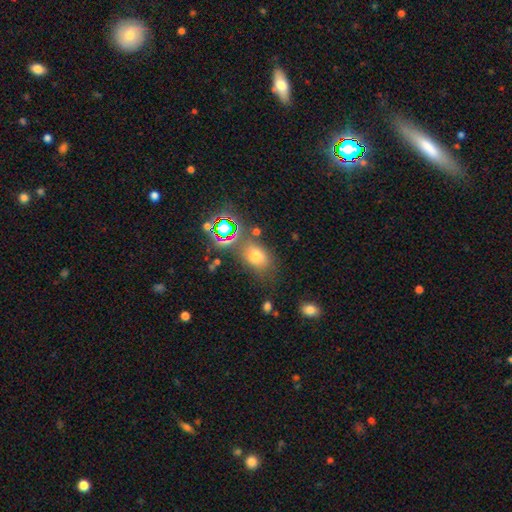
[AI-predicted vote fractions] smooth_or_featured: smooth (p=0.67) [alt: star or artifact p=0.21]
how_rounded: in between (p=0.73) [alt: round p=0.25]
merging: none (p=0.64) [alt: minor disturbance p=0.18]